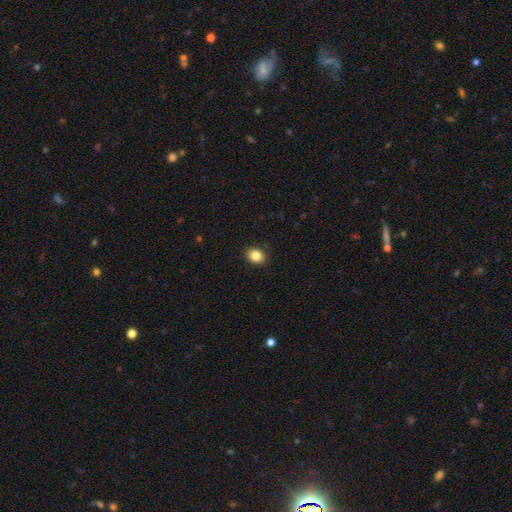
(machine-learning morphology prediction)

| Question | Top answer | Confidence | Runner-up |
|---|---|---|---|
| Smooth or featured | smooth | 86% | star or artifact (9%) |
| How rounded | in between | 55% | round (44%) |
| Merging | none | 89% | minor disturbance (8%) |